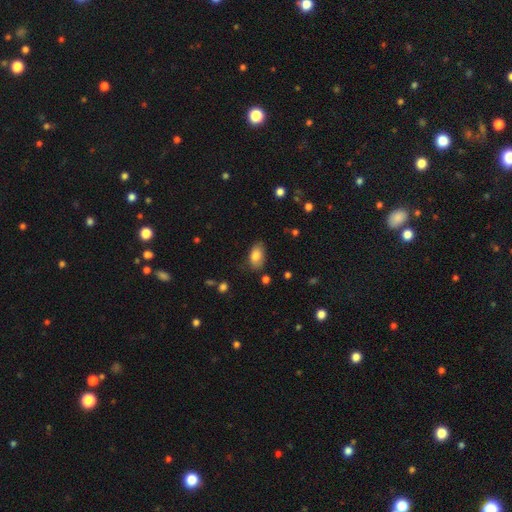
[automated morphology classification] smooth 82%, featured or disk 10%, star or artifact 8%. Down the decision tree: how rounded — in between (91%); merging — none (75%).